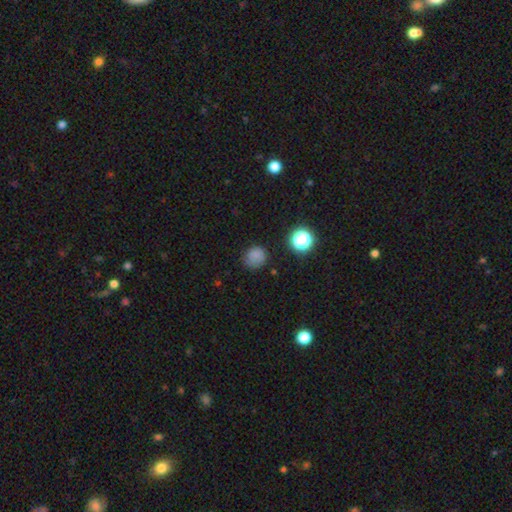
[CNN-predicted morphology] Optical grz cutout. It shows a smooth galaxy with no disk features (77%) that is round (83%). Merging: none (75%).